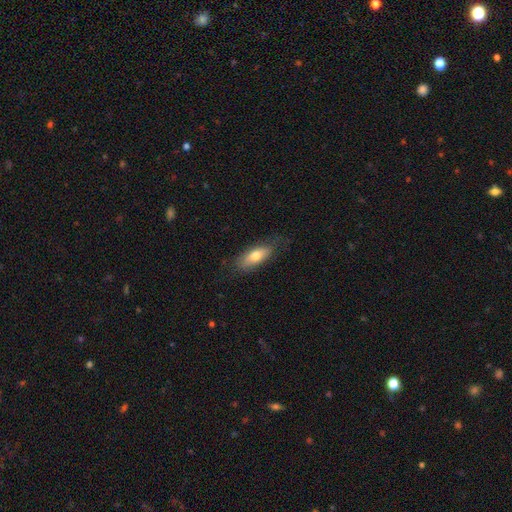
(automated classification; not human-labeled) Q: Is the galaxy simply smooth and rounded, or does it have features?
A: smooth — 70%.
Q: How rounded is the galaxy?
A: in between — 73%.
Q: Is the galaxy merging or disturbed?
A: none — 75%.